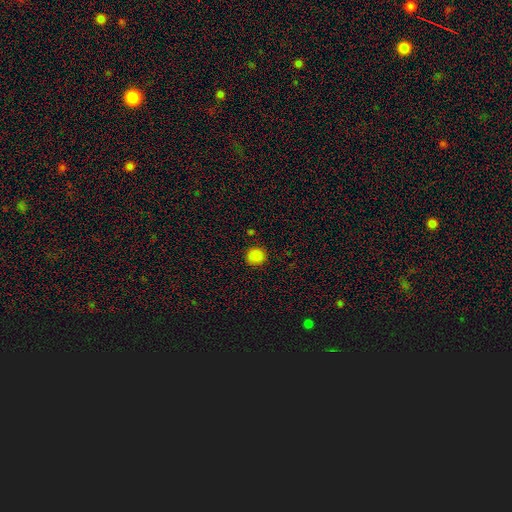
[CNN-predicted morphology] smooth-or-featured: smooth: 86% | star or artifact: 11% | featured or disk: 3%
  how-rounded: round: 87% | in between: 12% | cigar-shaped: 1%
  merging: none: 88% | minor disturbance: 8% | major disturbance: 2% | merger: 2%